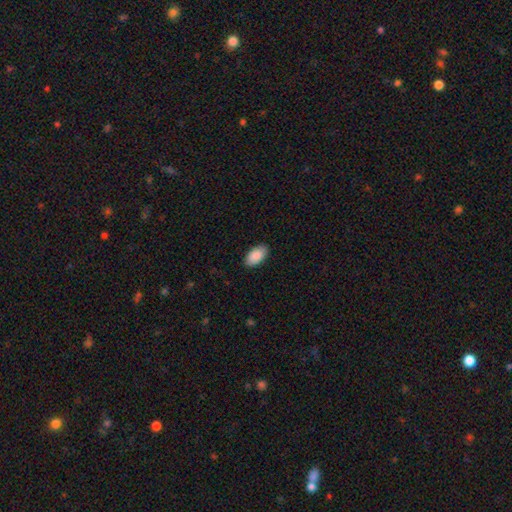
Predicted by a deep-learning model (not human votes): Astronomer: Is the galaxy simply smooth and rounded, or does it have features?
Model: smooth — 90%.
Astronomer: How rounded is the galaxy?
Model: in between — 95%.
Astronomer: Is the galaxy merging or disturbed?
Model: none — 87%.